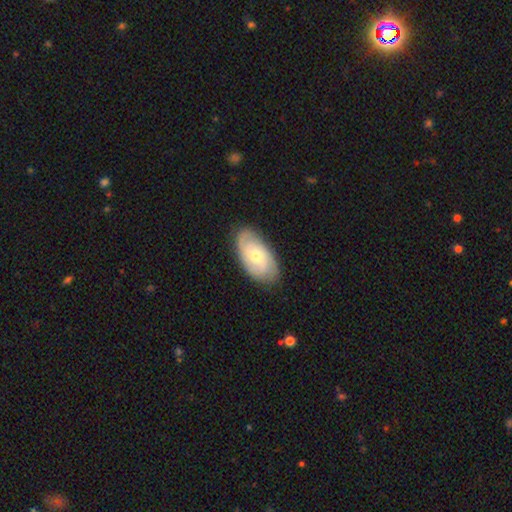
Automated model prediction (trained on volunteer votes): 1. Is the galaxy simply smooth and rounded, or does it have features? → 58% featured or disk, 36% smooth, 6% star or artifact.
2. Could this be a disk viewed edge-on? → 93% no, 7% yes.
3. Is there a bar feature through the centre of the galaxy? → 75% no, 22% weak, 3% strong.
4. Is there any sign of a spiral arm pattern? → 85% yes, 15% no.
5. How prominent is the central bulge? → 50% moderate, 45% small, 3% large, 1% none, 1% dominant.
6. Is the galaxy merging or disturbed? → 81% none, 15% minor disturbance, 3% major disturbance, 1% merger.